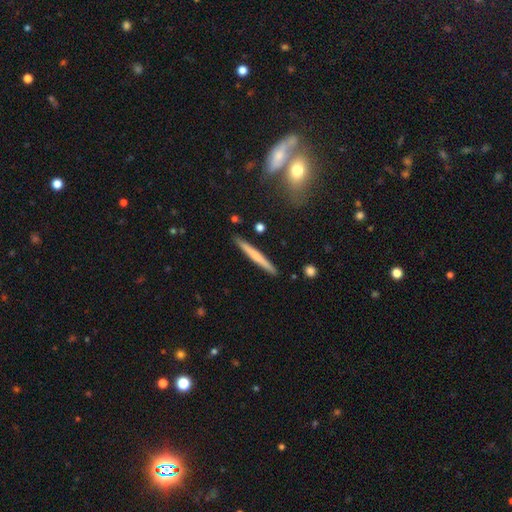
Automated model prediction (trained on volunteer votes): smooth_or_featured: smooth (p=0.56) [alt: featured or disk p=0.38]
how_rounded: cigar-shaped (p=0.97) [alt: in between p=0.02]
merging: none (p=0.90) [alt: minor disturbance p=0.07]